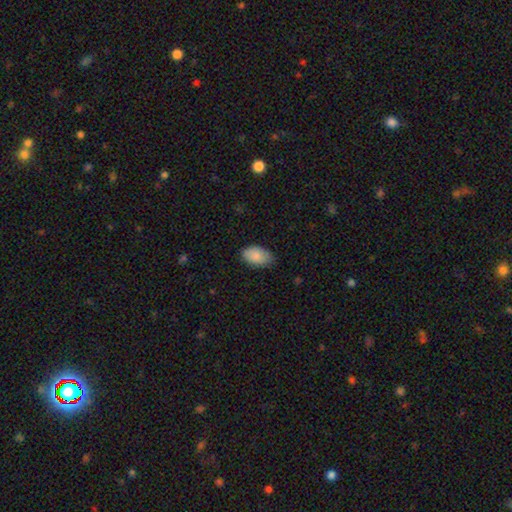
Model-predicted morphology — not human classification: Smooth or featured?
  - smooth: 86% *
  - featured or disk: 7%
  - star or artifact: 6%
How rounded?
  - in between: 93% *
  - round: 6%
  - cigar-shaped: 1%
Merging?
  - none: 77% *
  - minor disturbance: 19%
  - major disturbance: 3%
  - merger: 1%